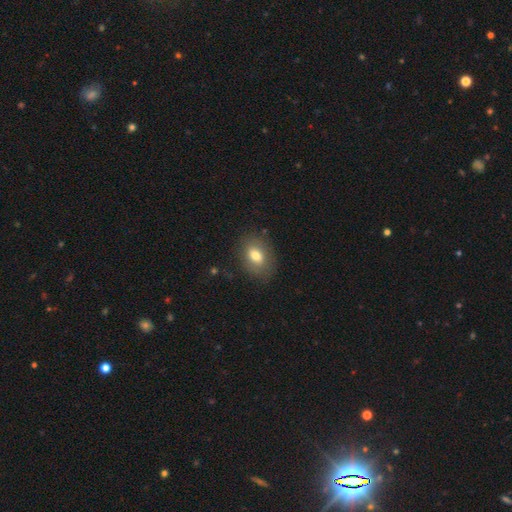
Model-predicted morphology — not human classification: This is likely a smooth galaxy (76%). How rounded: likely in between (73%). Merging: clearly none (81%).